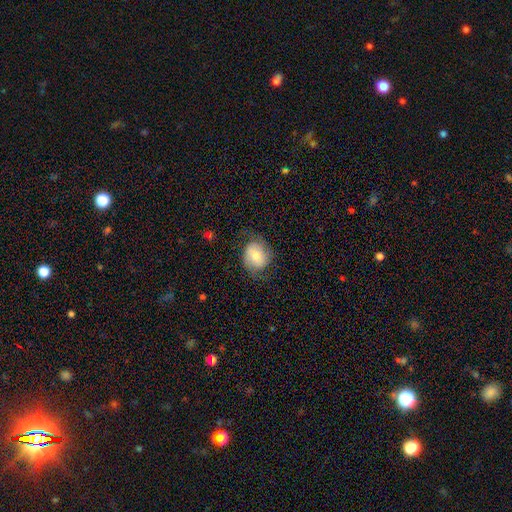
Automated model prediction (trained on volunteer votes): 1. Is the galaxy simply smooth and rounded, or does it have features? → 50% smooth, 42% featured or disk, 8% star or artifact.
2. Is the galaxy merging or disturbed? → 68% none, 20% minor disturbance, 11% major disturbance, 1% merger.